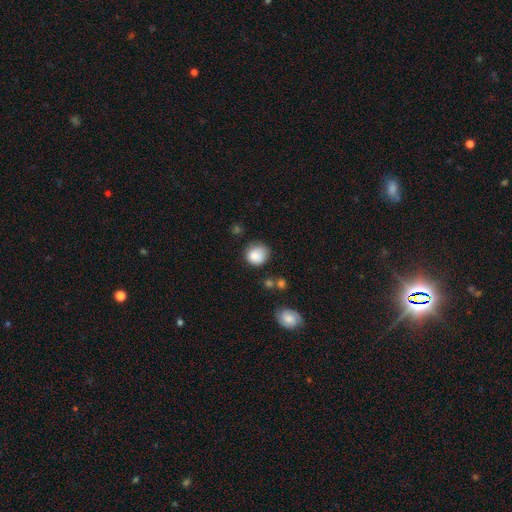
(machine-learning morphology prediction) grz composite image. It shows a smooth galaxy with no disk features (84%) that is round (82%). Merging: none (60%).